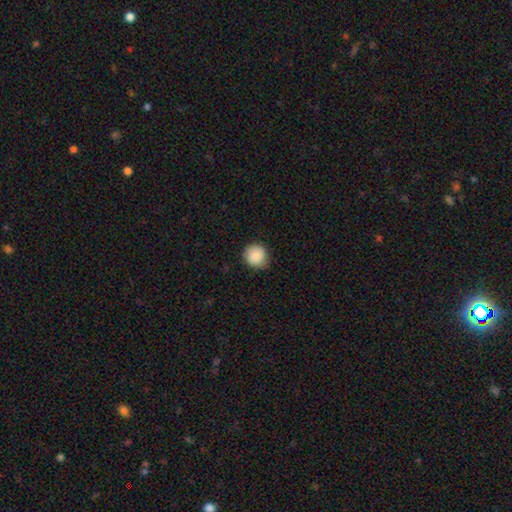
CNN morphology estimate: Q: Smooth or featured?
A: smooth (88%); runner-up: star or artifact (8%)
Q: How rounded?
A: round (91%); runner-up: in between (8%)
Q: Merging?
A: none (84%); runner-up: minor disturbance (13%)